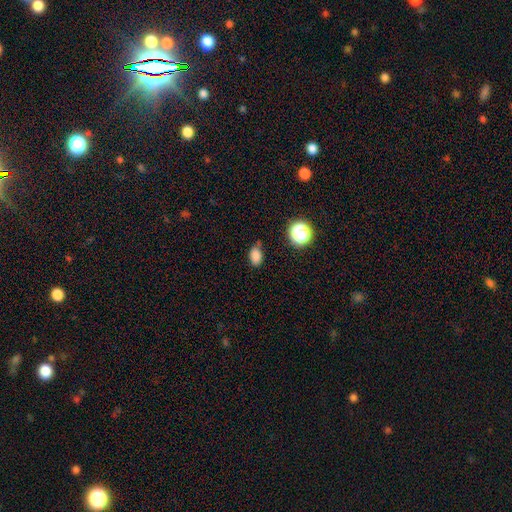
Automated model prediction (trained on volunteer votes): A smooth galaxy with no disk features (82%) that is in between round and cigar-shaped (83%).

Vote fractions:
- Smooth or featured? smooth: 82% / star or artifact: 13% / featured or disk: 5%
- How rounded? in between: 83% / round: 15% / cigar-shaped: 2%
- Merging? none: 74% / minor disturbance: 19% / major disturbance: 4% / merger: 3%